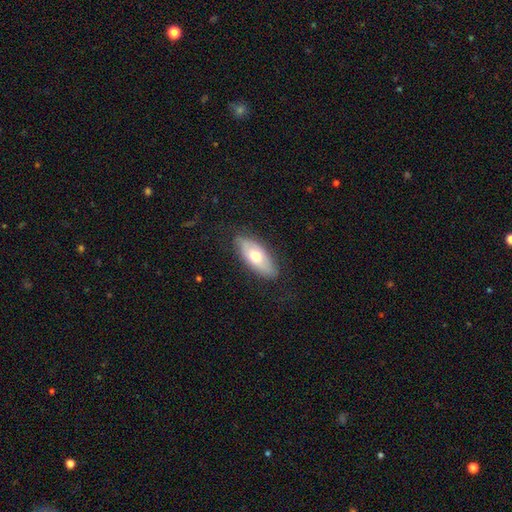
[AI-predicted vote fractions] The model was most divided on "smooth or featured": smooth: 58%, featured or disk: 36%, star or artifact: 6%. More confident: how rounded — in between (83%); merging — none (80%).